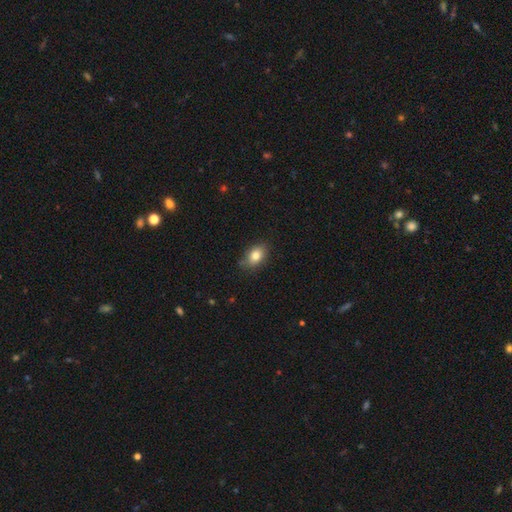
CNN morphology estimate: A smooth galaxy with no disk features (82%) that is in between round and cigar-shaped (80%).

Vote fractions:
- Smooth or featured? smooth: 82% / featured or disk: 9% / star or artifact: 9%
- How rounded? in between: 80% / round: 19% / cigar-shaped: 2%
- Merging? none: 79% / minor disturbance: 17% / major disturbance: 3% / merger: 1%